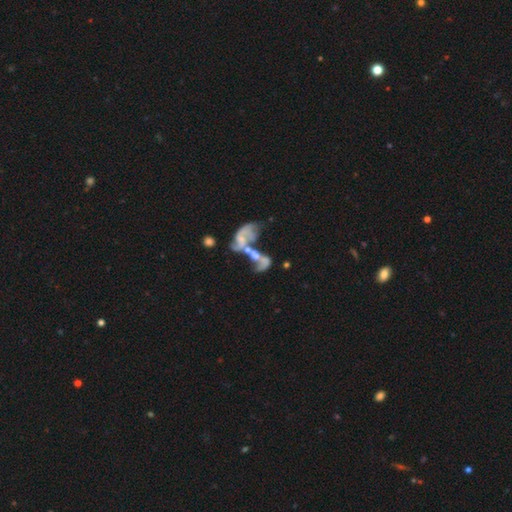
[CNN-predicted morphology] Overall: featured or disk (66%). Edge-on disk: no (96%). Bar: no (73%). Spiral arms: yes (52%; no 48%). Bulge size: none (46%; small 28%). Merging: merger (65%).